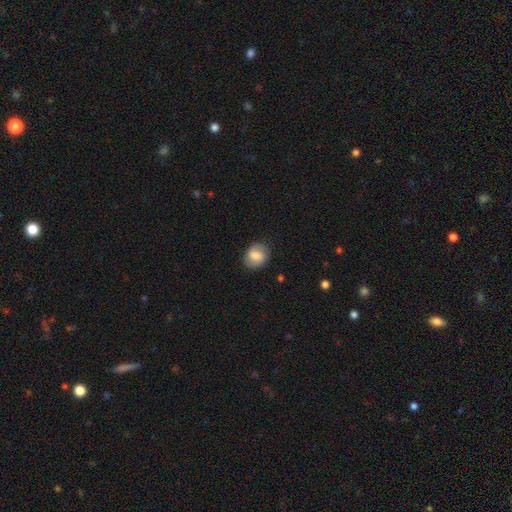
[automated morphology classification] This appears to be a smooth galaxy with no disk features (68%) that is round (60%). Merging: none (80%).